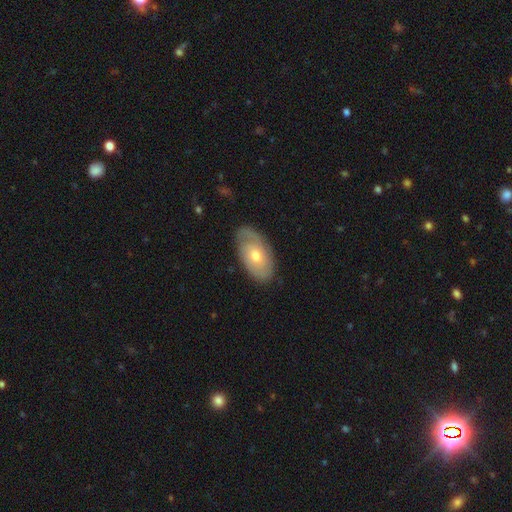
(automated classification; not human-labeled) Q: Smooth or featured?
A: featured or disk (60%); runner-up: smooth (34%)
Q: Edge-on disk?
A: no (91%); runner-up: yes (9%)
Q: Bar?
A: no (75%); runner-up: weak (22%)
Q: Spiral arms?
A: yes (77%); runner-up: no (23%)
Q: Bulge size?
A: moderate (64%); runner-up: small (31%)
Q: Merging?
A: none (75%); runner-up: minor disturbance (19%)